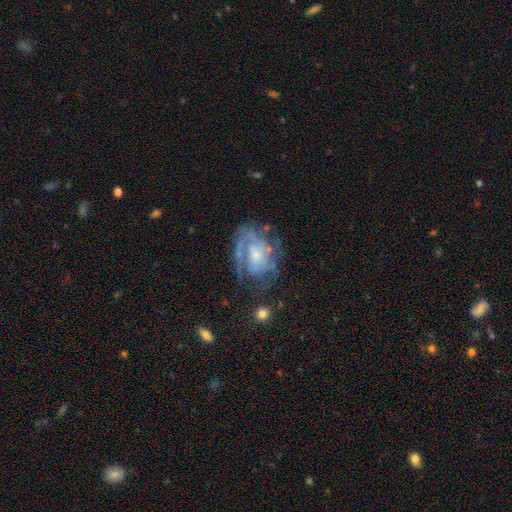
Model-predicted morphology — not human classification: The model was most divided on "bulge size": small: 42%, moderate: 36%, none: 12%, large: 9%, dominant: 2%. Remaining: edge-on disk — no (97%); spiral arms — yes (79%); smooth or featured — featured or disk (77%); bar — no (66%); merging — none (54%); spiral winding — tight (51%); spiral arm count — can't tell (40%).